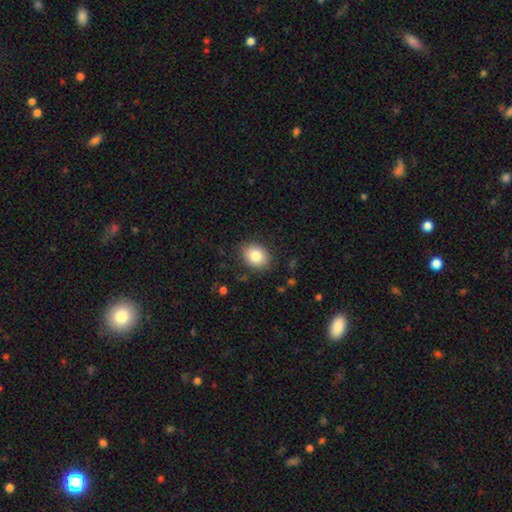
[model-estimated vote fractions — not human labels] Overall: smooth (83%). How rounded: in between (50%; round 49%). Merging: none (85%).